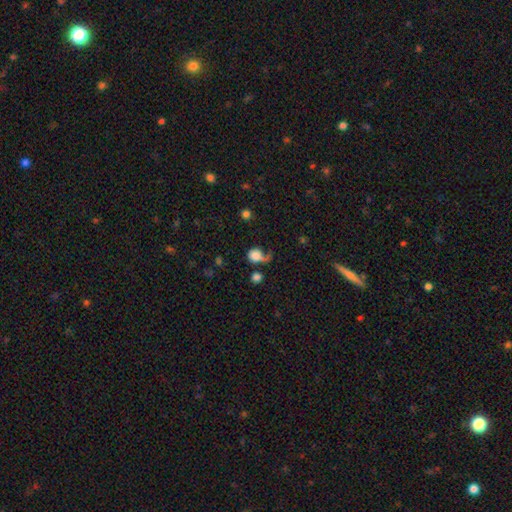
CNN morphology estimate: A smooth galaxy with no disk features (71%) that is round (70%). Merging: none (34%).